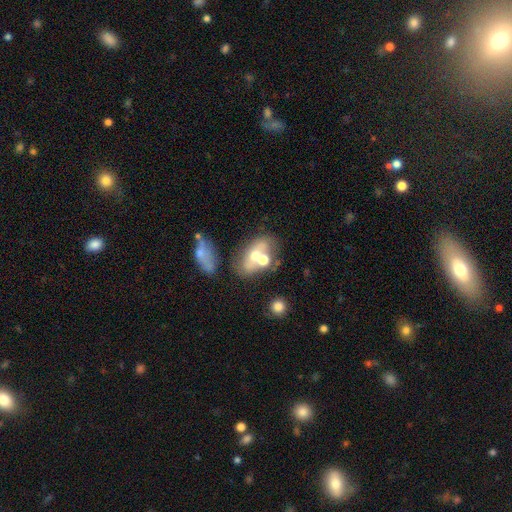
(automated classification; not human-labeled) Smooth or featured? Predicted: smooth (p=0.49). Merging? Predicted: merger (p=0.42).